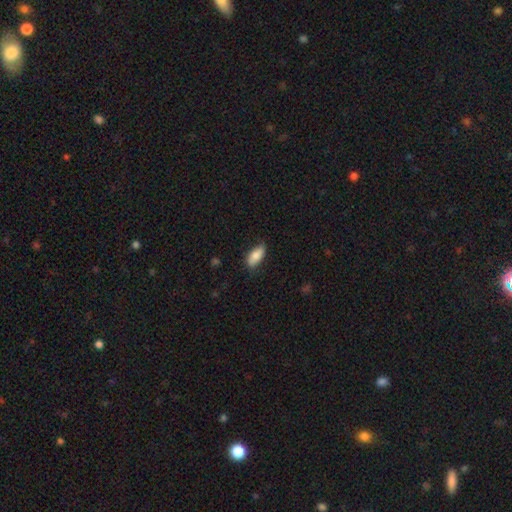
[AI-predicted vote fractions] A smooth galaxy with no disk features (85%) that is in between round and cigar-shaped (88%). Merging: none (78%).